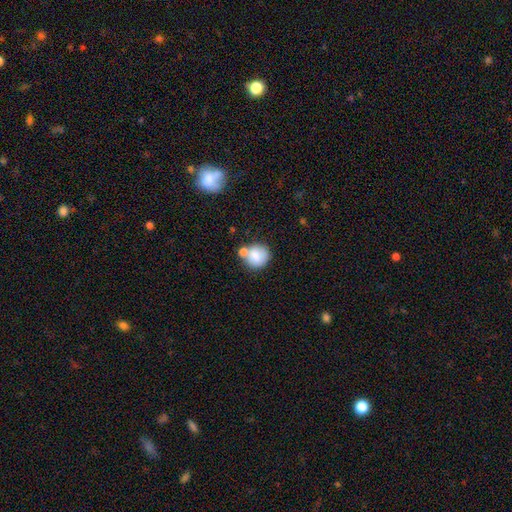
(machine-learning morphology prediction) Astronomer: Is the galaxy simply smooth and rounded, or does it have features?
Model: smooth — 80%.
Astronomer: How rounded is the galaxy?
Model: round — 84%.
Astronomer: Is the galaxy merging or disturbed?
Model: none — 54%.